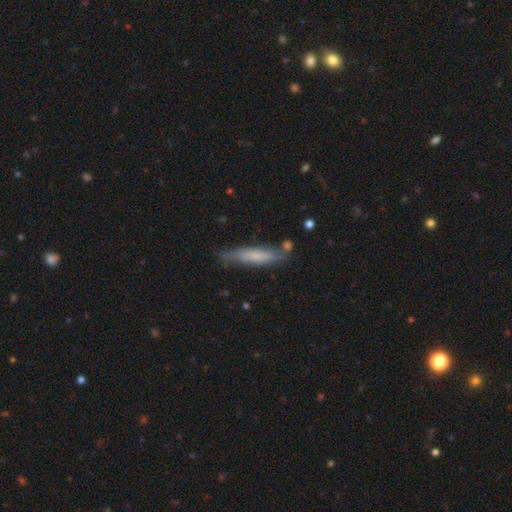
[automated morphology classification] Smooth or featured?
  - smooth: 61% *
  - featured or disk: 32%
  - star or artifact: 7%
How rounded?
  - cigar-shaped: 85% *
  - in between: 14%
  - round: 2%
Merging?
  - none: 70% *
  - minor disturbance: 20%
  - merger: 5%
  - major disturbance: 5%